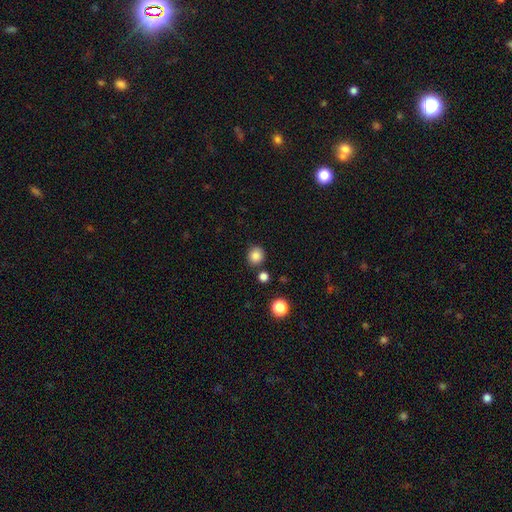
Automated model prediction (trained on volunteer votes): Q: Smooth or featured?
A: smooth (85%); runner-up: star or artifact (11%)
Q: How rounded?
A: round (87%); runner-up: in between (12%)
Q: Merging?
A: none (85%); runner-up: minor disturbance (8%)